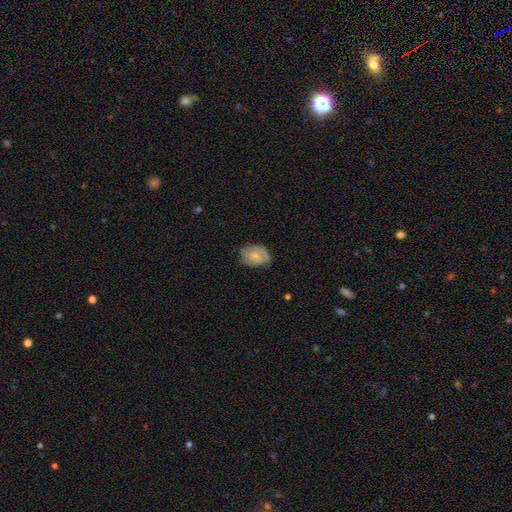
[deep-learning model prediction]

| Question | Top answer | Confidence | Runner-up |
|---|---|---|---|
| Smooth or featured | smooth | 69% | featured or disk (24%) |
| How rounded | in between | 77% | round (22%) |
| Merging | none | 62% | minor disturbance (30%) |